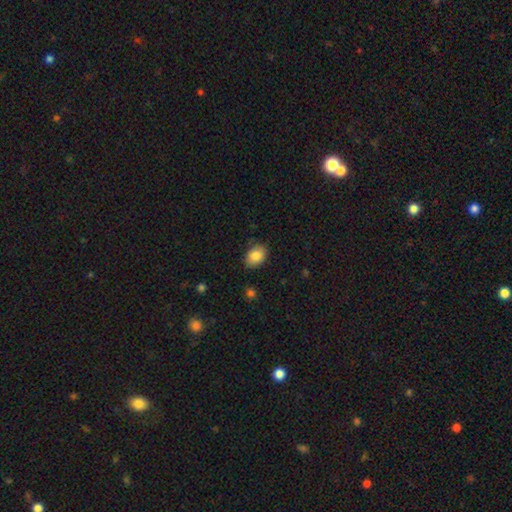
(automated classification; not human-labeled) A smooth galaxy with no disk features (85%) that is in between round and cigar-shaped (76%). Merging: none (81%).